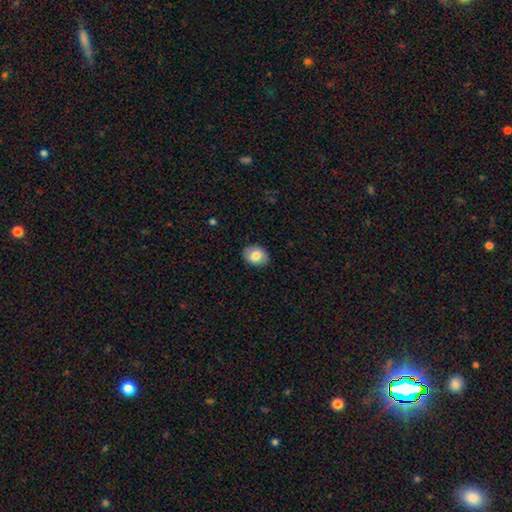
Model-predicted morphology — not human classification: This appears to be a smooth galaxy with no disk features (80%) that is in between round and cigar-shaped (59%). Merging: none (88%).